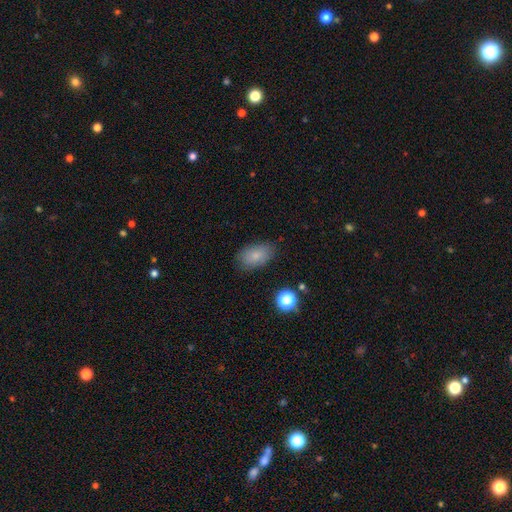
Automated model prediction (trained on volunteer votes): smooth_or_featured: smooth (p=0.81) [alt: featured or disk p=0.10]
how_rounded: in between (p=0.91) [alt: round p=0.07]
merging: none (p=0.82) [alt: minor disturbance p=0.13]